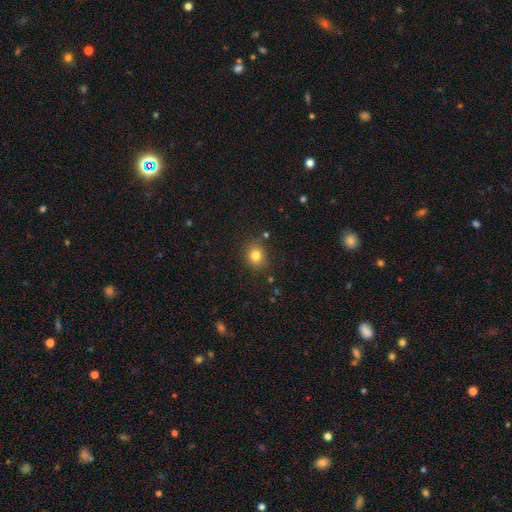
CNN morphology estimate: Overall: smooth (80%). How rounded: round (81%). Merging: none (83%).